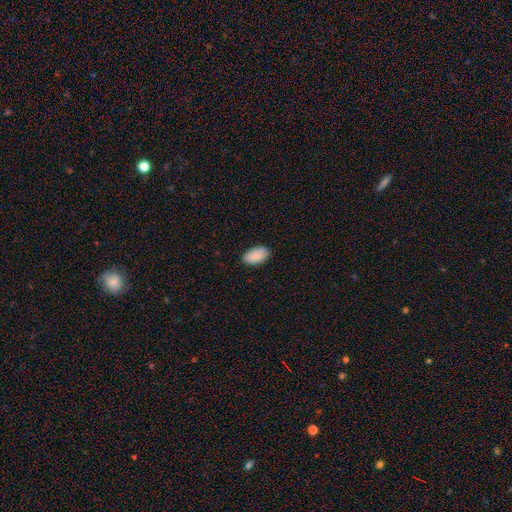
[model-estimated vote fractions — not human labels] smooth-or-featured: smooth: 90% | star or artifact: 6% | featured or disk: 3%
  how-rounded: in between: 95% | round: 3% | cigar-shaped: 2%
  merging: none: 87% | minor disturbance: 10% | major disturbance: 2% | merger: 1%